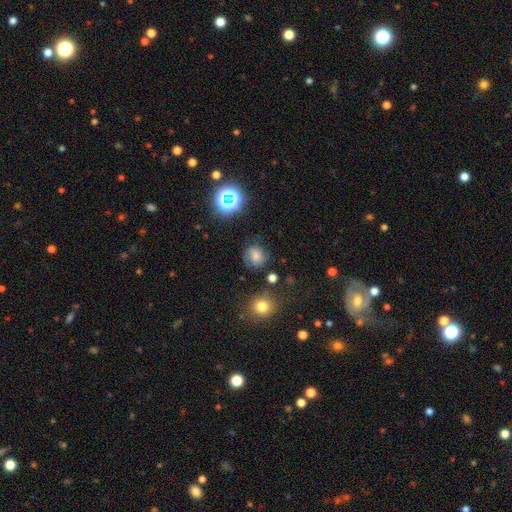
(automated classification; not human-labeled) Smooth or featured: smooth — 61% (star or artifact — 20%)
How rounded: round — 76% (in between — 23%)
Merging: none — 67% (minor disturbance — 20%)